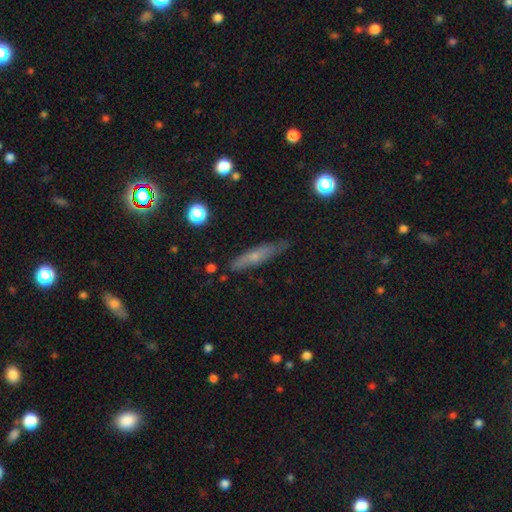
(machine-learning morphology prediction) The model was most divided on "smooth or featured": smooth: 50%, featured or disk: 40%, star or artifact: 9%. More confident: how rounded — cigar-shaped (83%); merging — none (79%).